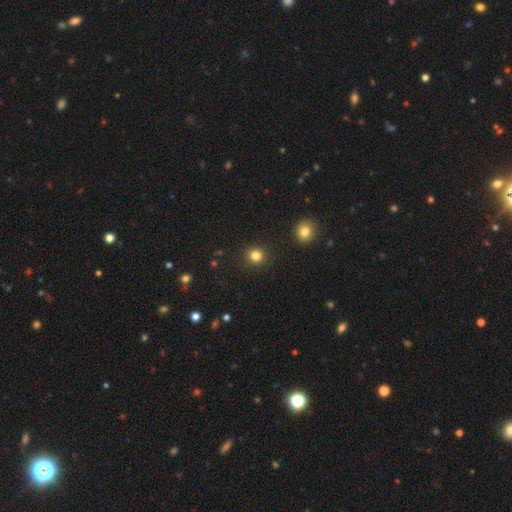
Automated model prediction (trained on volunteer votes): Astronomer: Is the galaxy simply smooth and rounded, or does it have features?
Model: smooth — 83%.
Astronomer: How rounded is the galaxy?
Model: round — 90%.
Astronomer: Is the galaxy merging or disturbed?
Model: none — 91%.